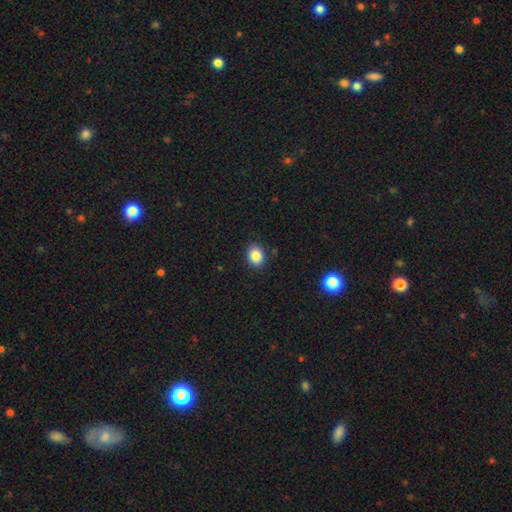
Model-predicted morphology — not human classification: This appears to be a smooth galaxy with no disk features (86%) that is in between round and cigar-shaped (53%). Merging: none (89%).